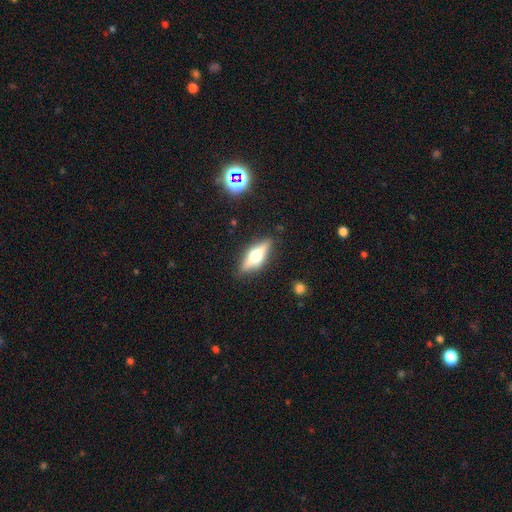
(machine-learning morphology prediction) smooth_or_featured: featured or disk (p=0.56) [alt: smooth p=0.37]
disk_edge_on: yes (p=0.92) [alt: no p=0.08]
edge_on_bulge: rounded (p=0.94) [alt: boxy p=0.05]
merging: none (p=0.85) [alt: minor disturbance p=0.10]